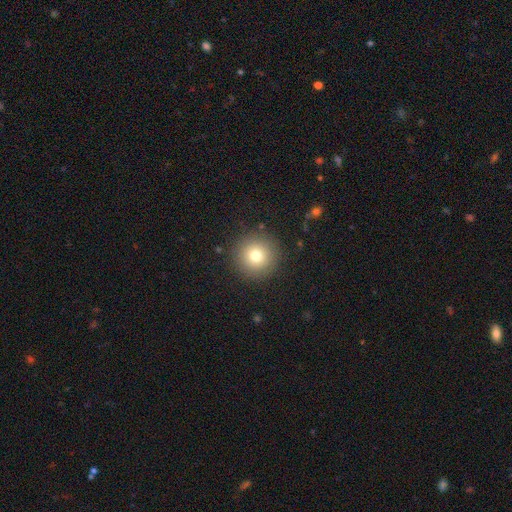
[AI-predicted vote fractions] Q: Smooth or featured?
A: smooth (76%); runner-up: star or artifact (13%)
Q: How rounded?
A: round (96%); runner-up: in between (3%)
Q: Merging?
A: none (90%); runner-up: minor disturbance (6%)